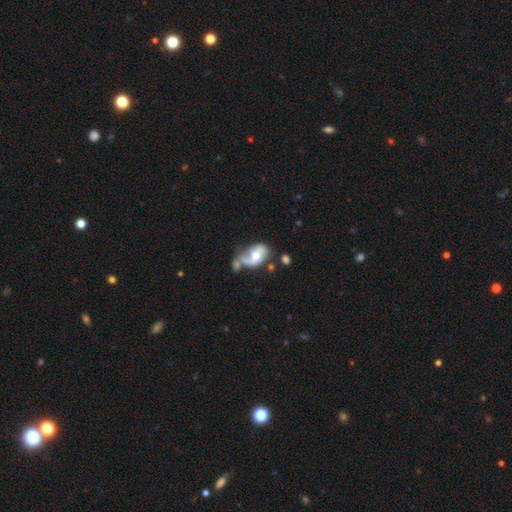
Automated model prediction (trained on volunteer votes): This appears to be a featured or disk galaxy (54%) with no bar (65%), spiral arms (65%) and a moderate central bulge (66%). Merging: merger (36%).